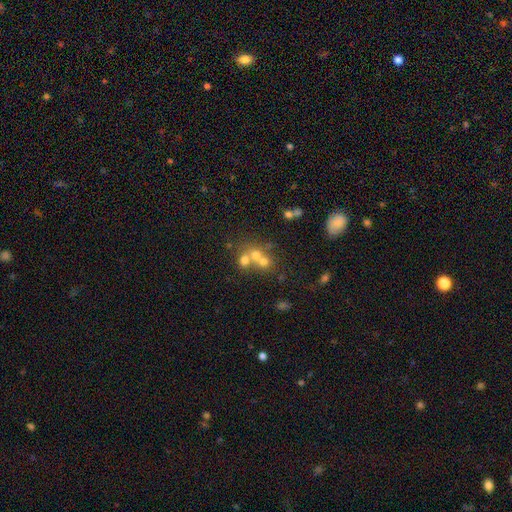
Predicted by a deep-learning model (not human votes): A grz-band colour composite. It shows a smooth galaxy with no disk features (56%) that is round (77%). Merging: merger (55%).